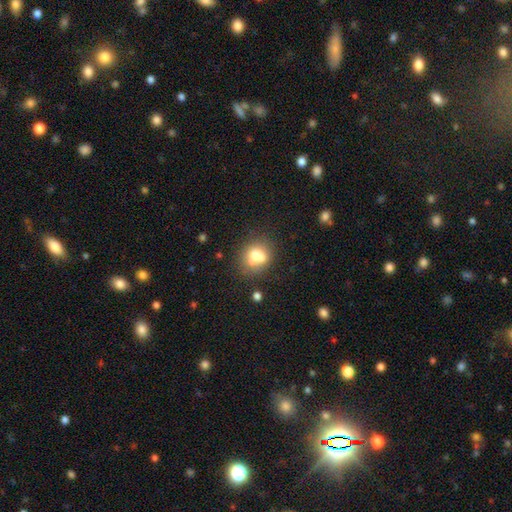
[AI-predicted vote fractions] A smooth galaxy with no disk features (68%) that is round (66%). Merging: none (50%).